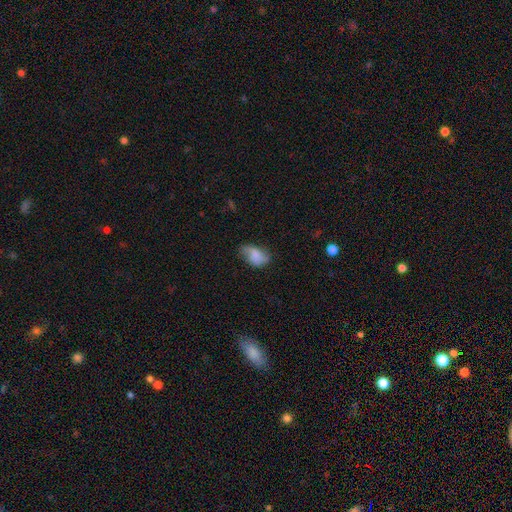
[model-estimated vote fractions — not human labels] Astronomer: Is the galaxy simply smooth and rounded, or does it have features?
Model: smooth — 67%.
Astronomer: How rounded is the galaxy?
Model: in between — 89%.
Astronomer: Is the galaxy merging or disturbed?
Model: none — 54% (runner-up: minor disturbance, 32%).